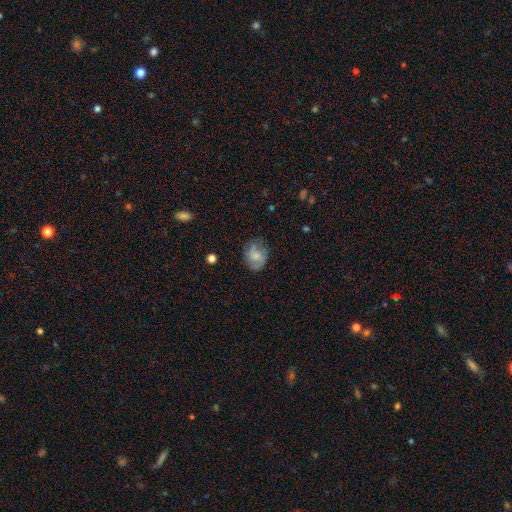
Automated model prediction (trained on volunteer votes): A smooth galaxy with no disk features (52%) that is in between round and cigar-shaped (51%).

Vote fractions:
- Smooth or featured? smooth: 52% / featured or disk: 39% / star or artifact: 9%
- How rounded? in between: 51% / round: 48% / cigar-shaped: 1%
- Merging? none: 67% / minor disturbance: 22% / major disturbance: 9% / merger: 2%